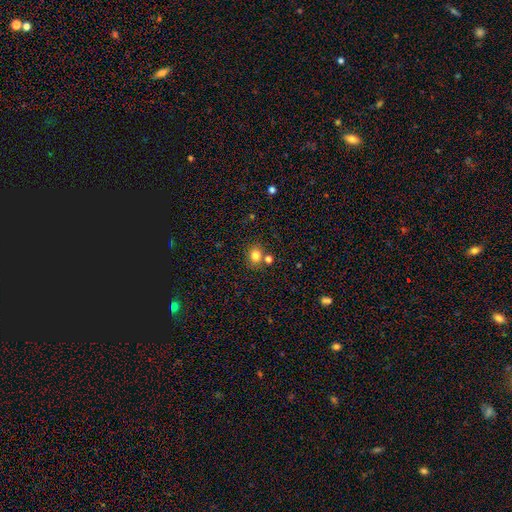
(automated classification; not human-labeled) Overall: smooth (81%). How rounded: round (73%). Merging: none (70%).